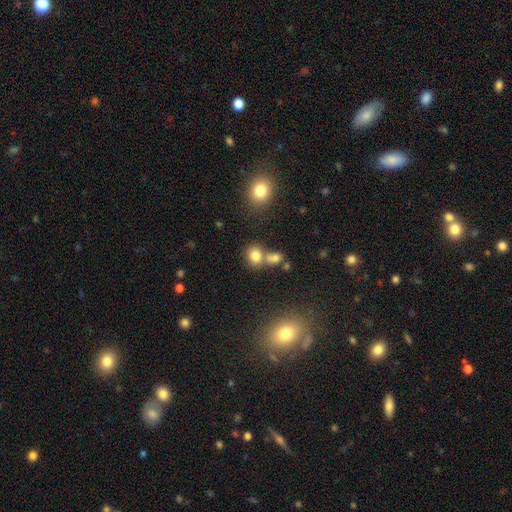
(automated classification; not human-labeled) Smooth or featured?
  - smooth: 79% *
  - star or artifact: 13%
  - featured or disk: 8%
How rounded?
  - round: 65% *
  - in between: 33%
  - cigar-shaped: 1%
Merging?
  - none: 51% *
  - merger: 36%
  - minor disturbance: 9%
  - major disturbance: 4%